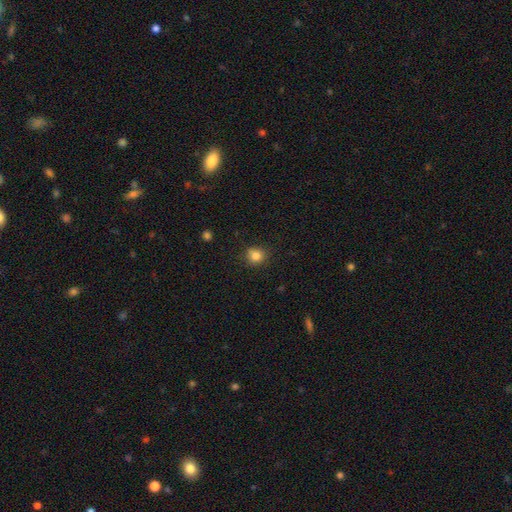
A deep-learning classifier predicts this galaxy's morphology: smooth 83%, star or artifact 12%, featured or disk 5%. Down the decision tree: how rounded — round (86%); merging — none (83%).